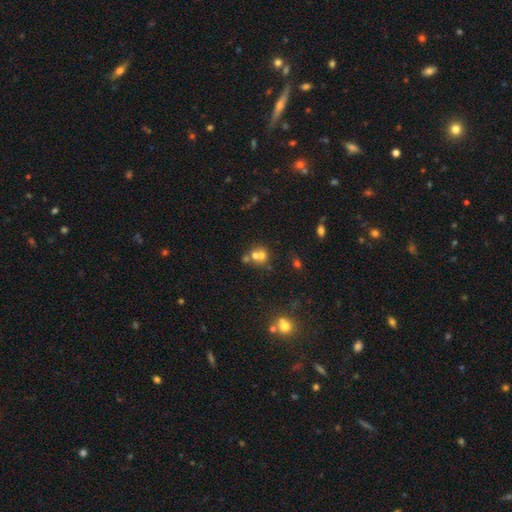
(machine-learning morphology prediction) The model was most divided on "merging": merger: 54%, none: 36%, minor disturbance: 7%, major disturbance: 4%. More confident: how rounded — round (78%); smooth or featured — smooth (59%).